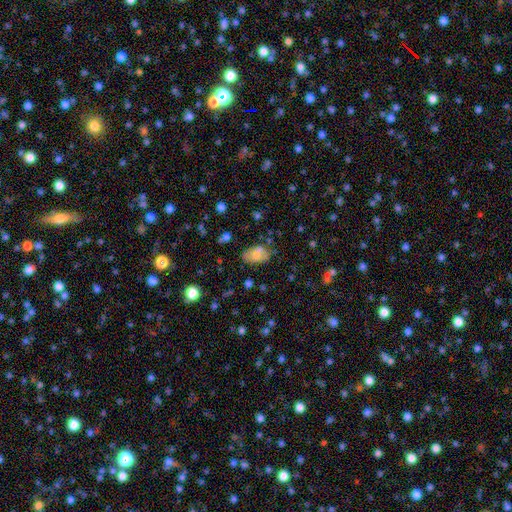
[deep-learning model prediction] Overall: smooth (61%; featured or disk 29%). How rounded: in between (89%). Merging: none (62%).